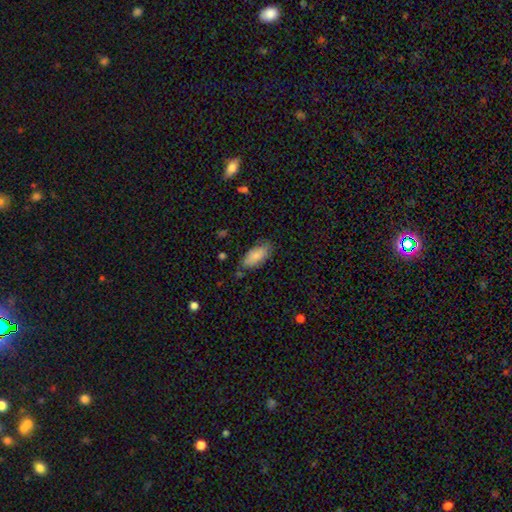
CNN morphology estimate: type=smooth (83%); roundness=in between (88%); merging=none (75%).